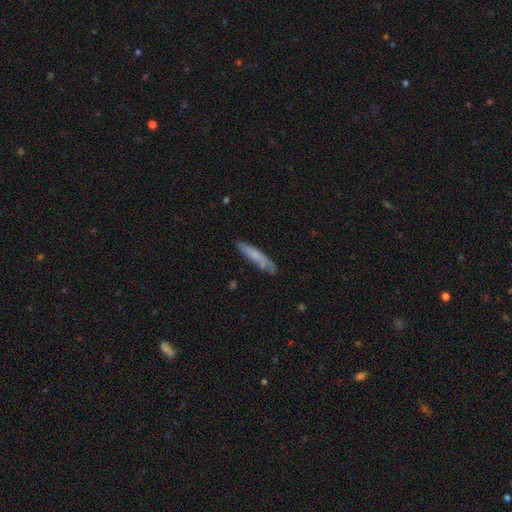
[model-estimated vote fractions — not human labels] A smooth galaxy with no disk features (62%) that is cigar-shaped (88%). Merging: none (70%).